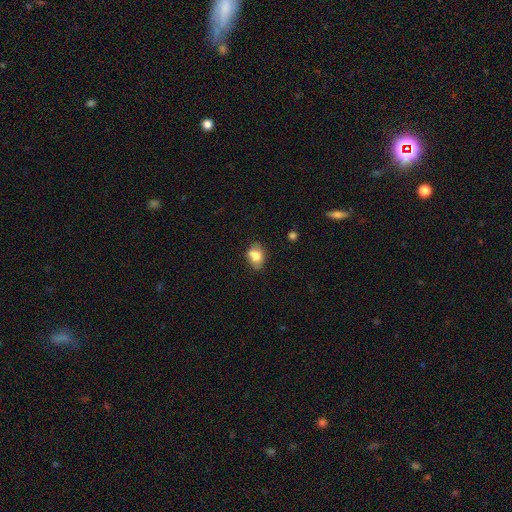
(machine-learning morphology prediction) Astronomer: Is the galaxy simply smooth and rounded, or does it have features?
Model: smooth — 76%.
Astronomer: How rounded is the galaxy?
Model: in between — 73%.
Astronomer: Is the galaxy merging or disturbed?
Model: none — 64%.